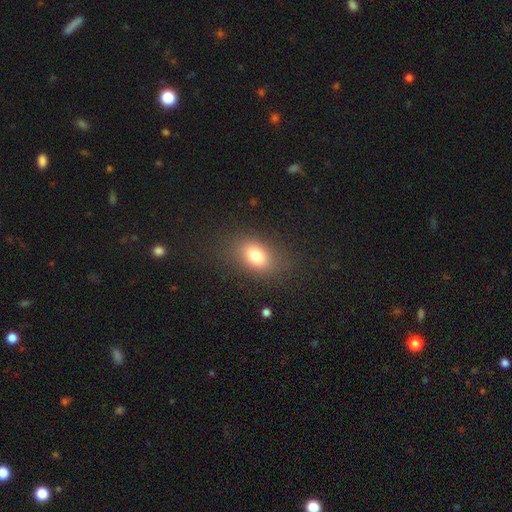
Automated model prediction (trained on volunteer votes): Smooth or featured?
  - smooth: 79% *
  - star or artifact: 11%
  - featured or disk: 10%
How rounded?
  - in between: 79% *
  - round: 19%
  - cigar-shaped: 2%
Merging?
  - none: 81% *
  - minor disturbance: 12%
  - major disturbance: 6%
  - merger: 1%